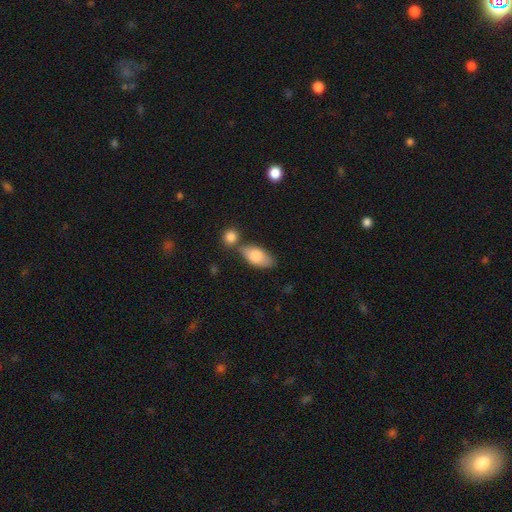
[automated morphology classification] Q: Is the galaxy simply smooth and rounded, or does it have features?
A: smooth — 79%.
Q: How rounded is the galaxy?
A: in between — 90%.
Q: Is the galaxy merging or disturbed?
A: none — 56%.